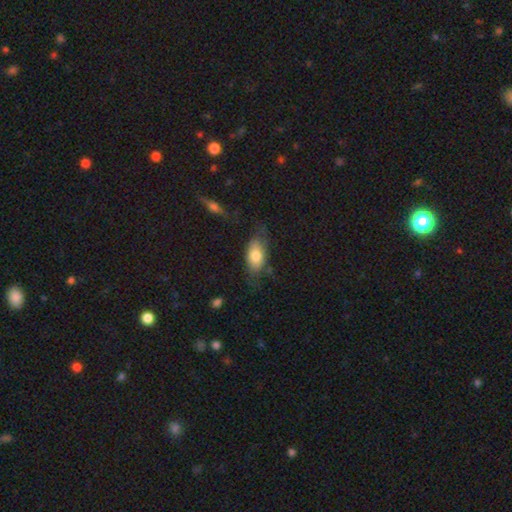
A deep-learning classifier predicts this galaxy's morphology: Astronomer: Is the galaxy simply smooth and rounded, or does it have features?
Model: smooth — 69%.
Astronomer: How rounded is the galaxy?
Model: in between — 89%.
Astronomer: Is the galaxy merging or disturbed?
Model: none — 54%.